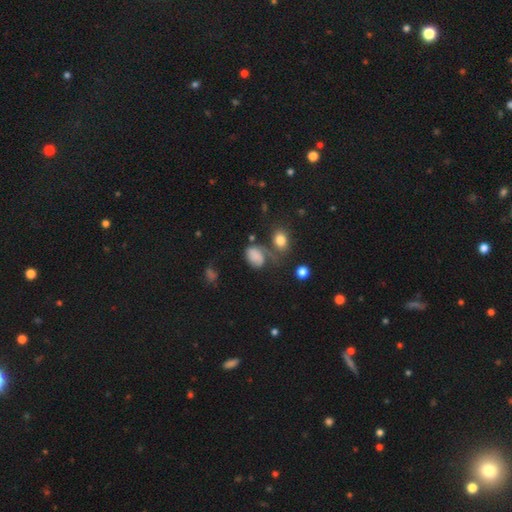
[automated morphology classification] Smooth or featured?
  - smooth: 72% *
  - featured or disk: 14%
  - star or artifact: 14%
How rounded?
  - in between: 78% *
  - round: 21%
  - cigar-shaped: 2%
Merging?
  - none: 40% *
  - minor disturbance: 25%
  - major disturbance: 20%
  - merger: 15%